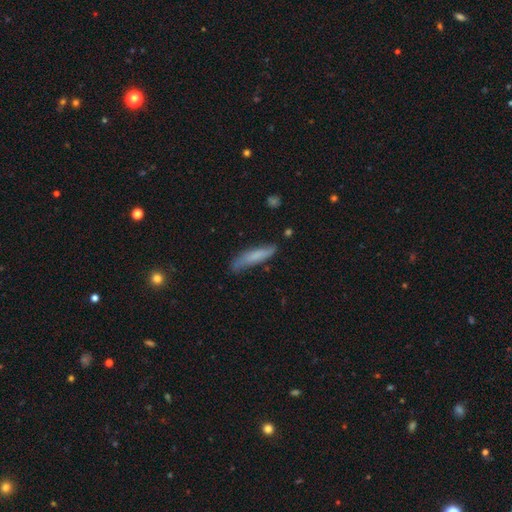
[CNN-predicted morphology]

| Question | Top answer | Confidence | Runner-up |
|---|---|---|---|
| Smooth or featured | smooth | 72% | featured or disk (21%) |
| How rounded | cigar-shaped | 84% | in between (15%) |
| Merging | none | 70% | minor disturbance (23%) |